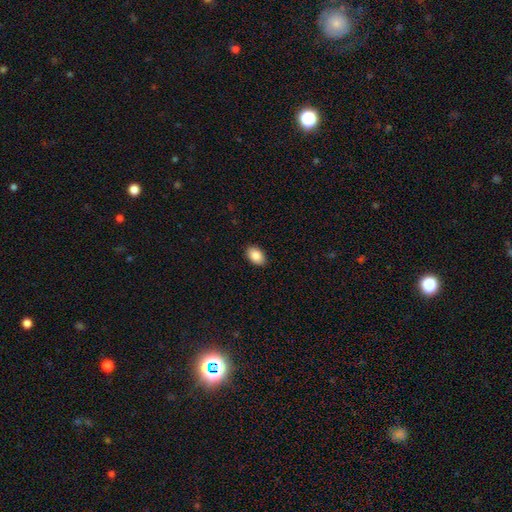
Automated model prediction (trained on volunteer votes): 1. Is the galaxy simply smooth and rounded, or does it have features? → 87% smooth, 7% star or artifact, 6% featured or disk.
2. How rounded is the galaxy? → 90% in between, 9% round, 1% cigar-shaped.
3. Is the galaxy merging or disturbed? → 90% none, 7% minor disturbance, 2% major disturbance, 1% merger.